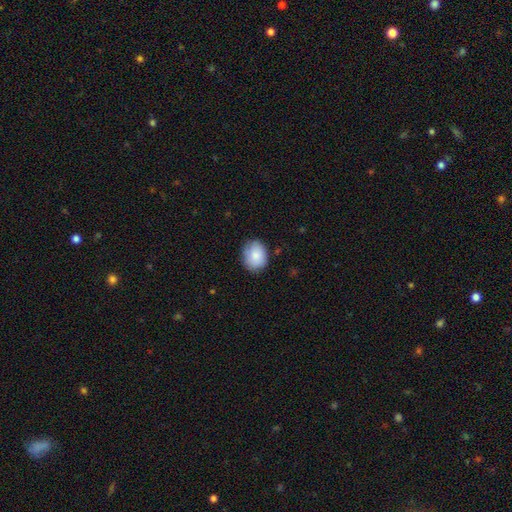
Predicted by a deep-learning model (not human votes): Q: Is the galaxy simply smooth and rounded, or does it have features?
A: smooth — 84%.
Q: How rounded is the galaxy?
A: in between — 51%.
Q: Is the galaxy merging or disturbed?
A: none — 77%.